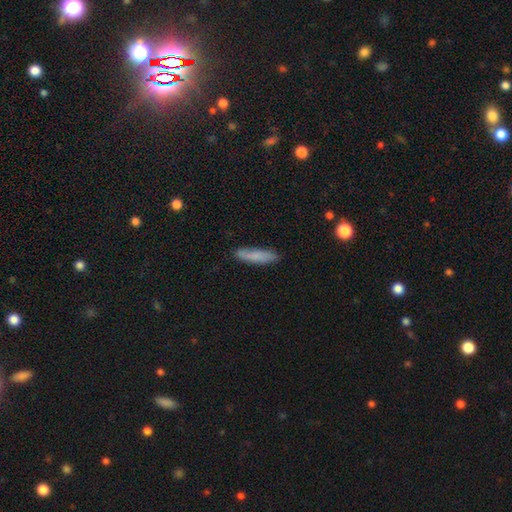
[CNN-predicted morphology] smooth_or_featured: smooth (p=0.78) [alt: featured or disk p=0.15]
how_rounded: cigar-shaped (p=0.80) [alt: in between p=0.19]
merging: none (p=0.81) [alt: minor disturbance p=0.14]